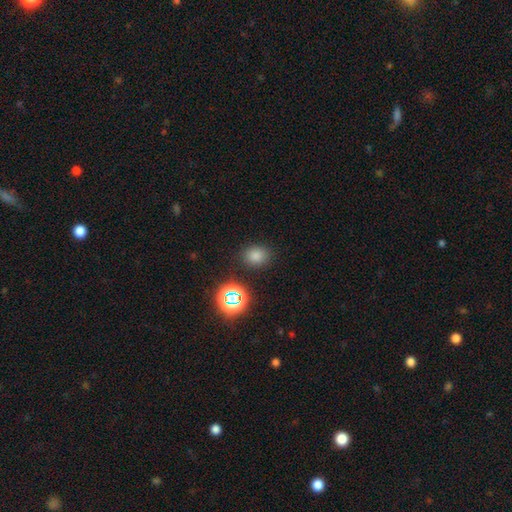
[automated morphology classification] Q: Smooth or featured?
A: smooth (73%); runner-up: star or artifact (21%)
Q: How rounded?
A: round (59%); runner-up: in between (40%)
Q: Merging?
A: none (86%); runner-up: minor disturbance (8%)